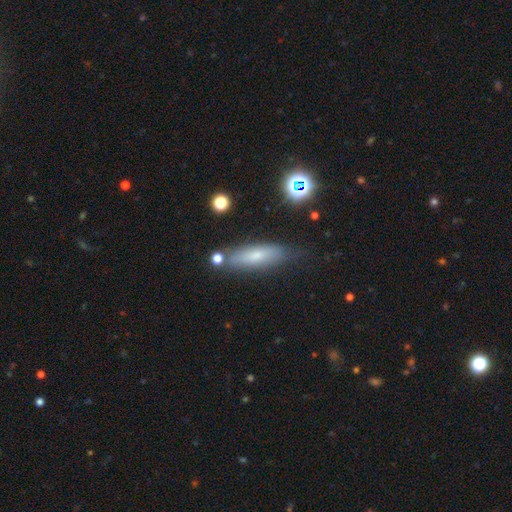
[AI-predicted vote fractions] Morphology: type=smooth (64%); roundness=cigar-shaped (58%); merging=none (71%).